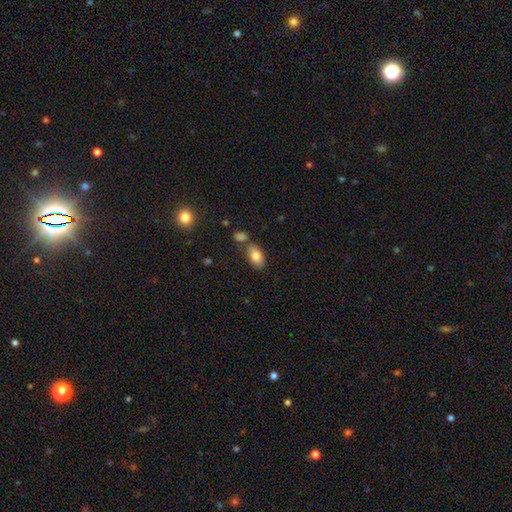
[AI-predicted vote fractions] Overall: smooth (82%). How rounded: in between (93%). Merging: none (64%).